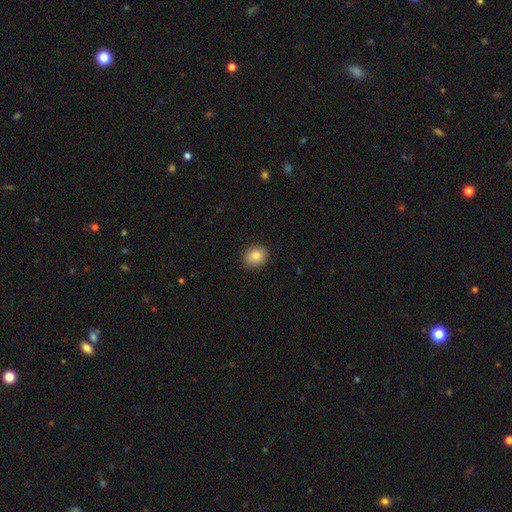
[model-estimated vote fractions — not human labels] This is clearly a smooth galaxy (85%). How rounded: likely round (61%). Merging: clearly none (90%).